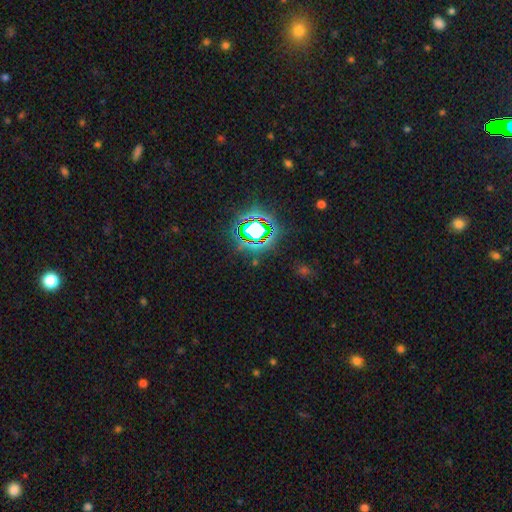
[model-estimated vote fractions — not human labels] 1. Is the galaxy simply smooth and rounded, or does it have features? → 79% star or artifact, 13% smooth, 8% featured or disk.